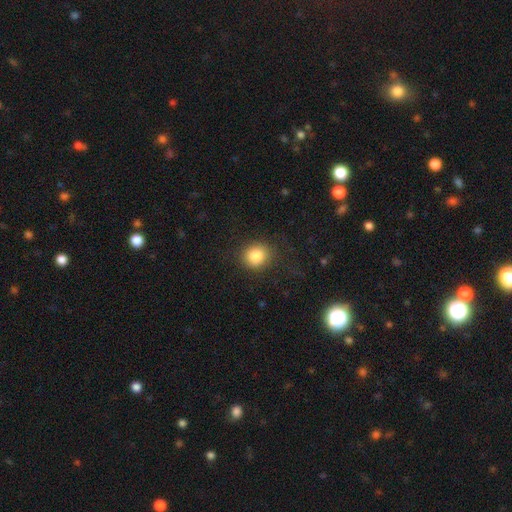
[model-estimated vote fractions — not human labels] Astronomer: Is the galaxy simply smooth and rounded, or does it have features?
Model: smooth — 84%.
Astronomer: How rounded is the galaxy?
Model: round — 82%.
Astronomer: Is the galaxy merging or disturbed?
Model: none — 85%.